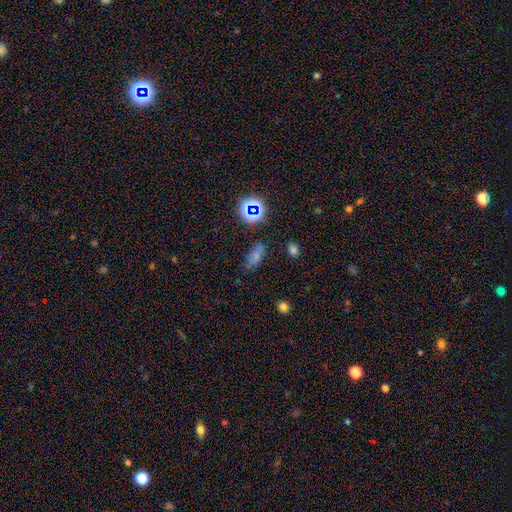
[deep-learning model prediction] A smooth galaxy with no disk features (64%) that is in between round and cigar-shaped (74%).

Vote fractions:
- Smooth or featured? smooth: 64% / star or artifact: 25% / featured or disk: 12%
- How rounded? in between: 74% / cigar-shaped: 18% / round: 8%
- Merging? none: 71% / minor disturbance: 19% / major disturbance: 6% / merger: 3%